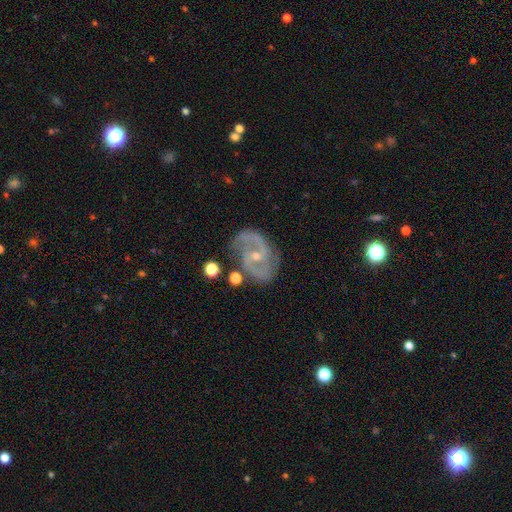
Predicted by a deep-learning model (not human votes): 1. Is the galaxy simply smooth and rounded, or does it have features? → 90% featured or disk, 5% star or artifact, 5% smooth.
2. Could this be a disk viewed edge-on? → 97% no, 3% yes.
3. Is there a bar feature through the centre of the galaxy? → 45% no, 39% weak, 16% strong.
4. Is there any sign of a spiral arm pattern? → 97% yes, 3% no.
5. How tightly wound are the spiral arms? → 56% medium, 24% loose, 21% tight.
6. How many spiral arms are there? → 90% 2, 3% can't tell, 3% 3, 2% 1, 1% 4, 1% more than 4.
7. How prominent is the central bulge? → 65% small, 32% moderate, 1% none, 1% large, 1% dominant.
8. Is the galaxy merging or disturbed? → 74% none, 17% minor disturbance, 6% major disturbance, 3% merger.